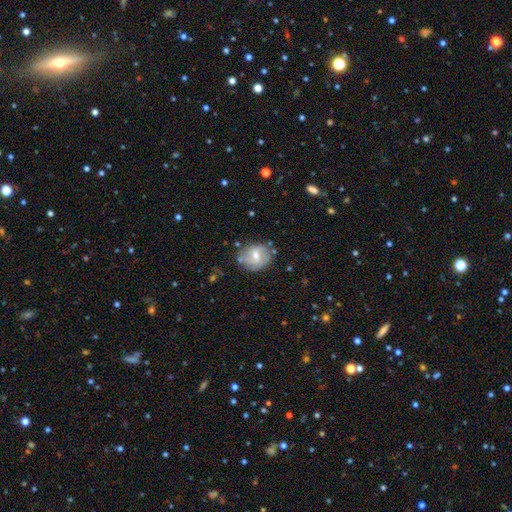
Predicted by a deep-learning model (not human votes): smooth-or-featured: featured or disk: 50% | smooth: 42% | star or artifact: 8%
  merging: none: 70% | minor disturbance: 19% | major disturbance: 6% | merger: 5%